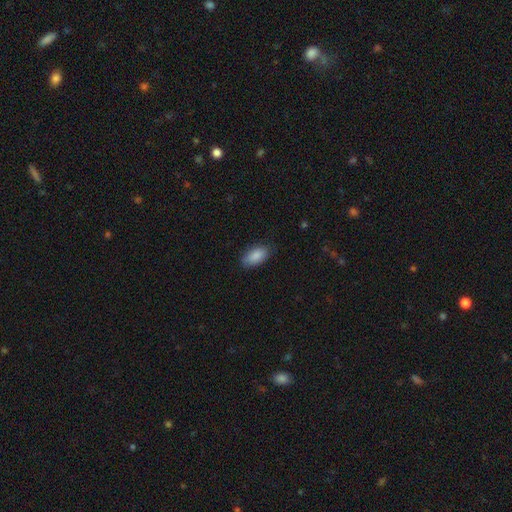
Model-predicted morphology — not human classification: Q: Smooth or featured?
A: smooth (88%); runner-up: star or artifact (6%)
Q: How rounded?
A: in between (92%); runner-up: cigar-shaped (5%)
Q: Merging?
A: none (82%); runner-up: minor disturbance (14%)